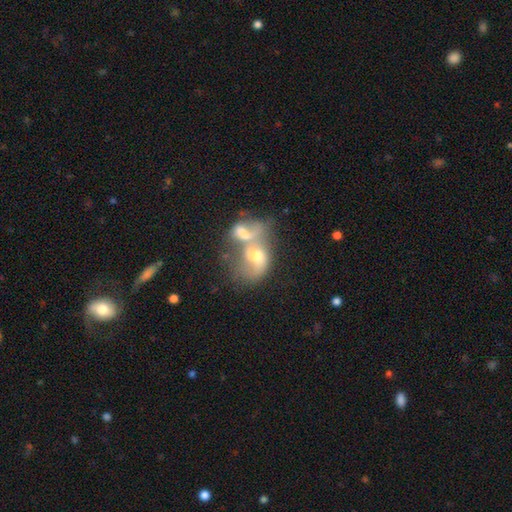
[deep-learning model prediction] Smooth or featured? featured or disk (53%)
Edge-on disk? no (96%)
Bar? no (64%)
Spiral arms? yes (55%)
Bulge size? moderate (62%)
Merging? merger (75%)